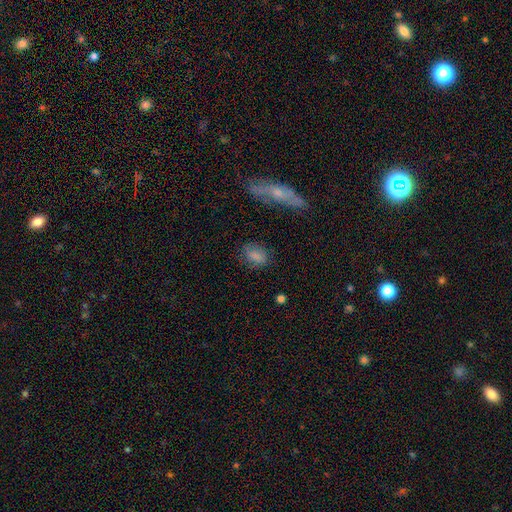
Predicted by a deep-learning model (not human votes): The model was most divided on "how rounded": in between: 76%, round: 21%, cigar-shaped: 2%. More confident: smooth or featured — smooth (81%); merging — none (76%).